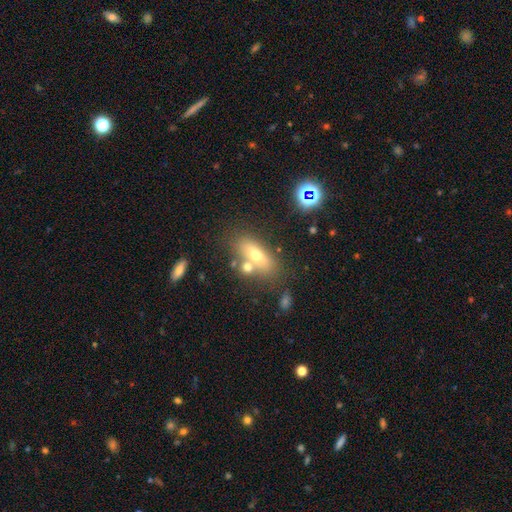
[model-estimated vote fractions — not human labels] The model was most divided on "smooth or featured": smooth: 60%, featured or disk: 29%, star or artifact: 11%. More confident: how rounded — in between (71%); merging — none (57%).